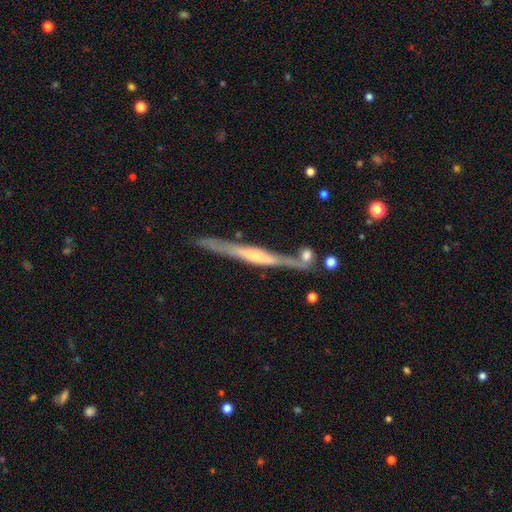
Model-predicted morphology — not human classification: A featured or disk galaxy (72%) viewed edge-on (94%) with a rounded central bulge (57%). Merging: none (67%).